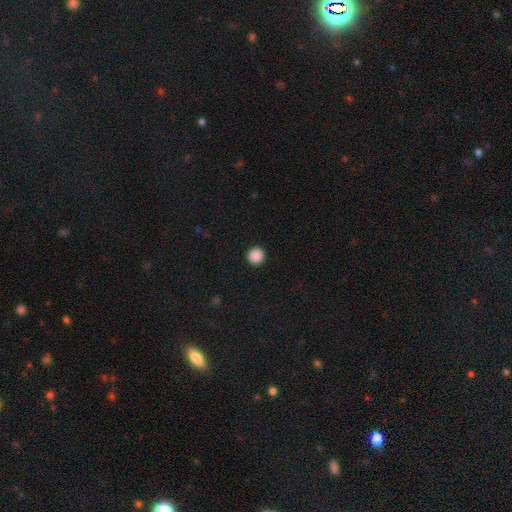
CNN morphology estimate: Smooth or featured: smooth — 88% (star or artifact — 10%)
How rounded: round — 96% (in between — 4%)
Merging: none — 94% (minor disturbance — 4%)